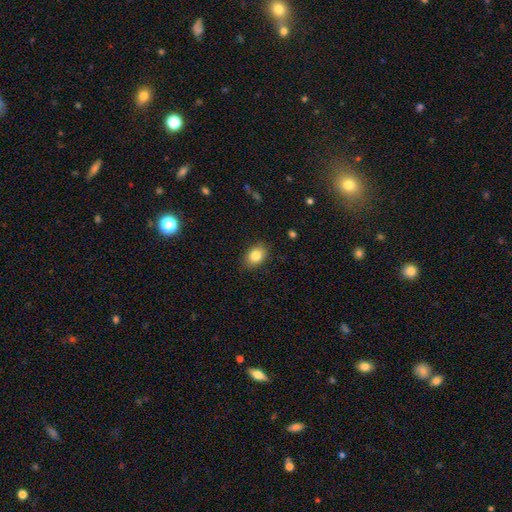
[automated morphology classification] smooth 84%, star or artifact 9%, featured or disk 8%. Down the decision tree: how rounded — in between (71%); merging — none (85%).